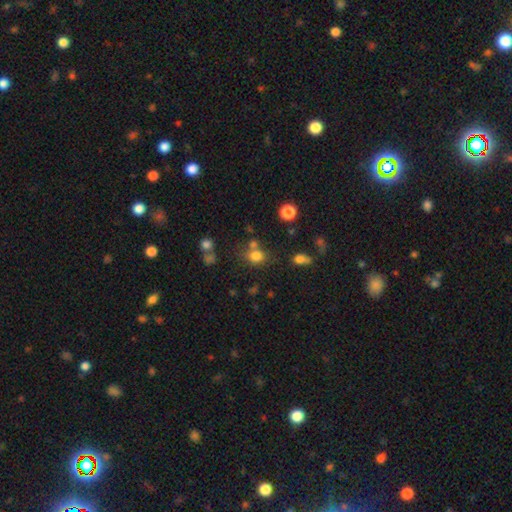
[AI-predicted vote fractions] A smooth galaxy with no disk features (76%) that is round (63%).

Vote fractions:
- Smooth or featured? smooth: 76% / star or artifact: 16% / featured or disk: 8%
- How rounded? round: 63% / in between: 36% / cigar-shaped: 1%
- Merging? none: 59% / merger: 20% / minor disturbance: 15% / major disturbance: 7%